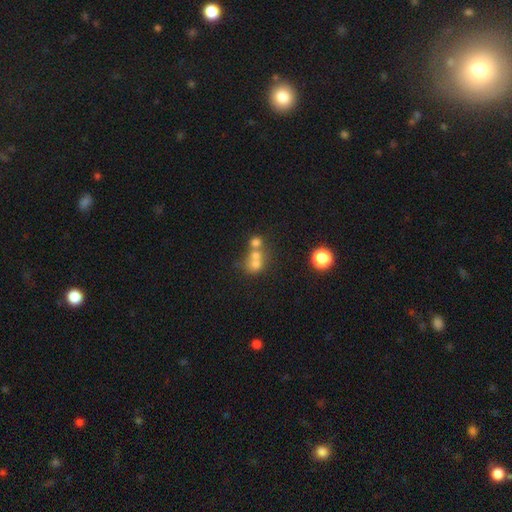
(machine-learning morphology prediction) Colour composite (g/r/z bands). It shows a smooth galaxy with no disk features (63%) that is round (76%). Merging: merger (60%).